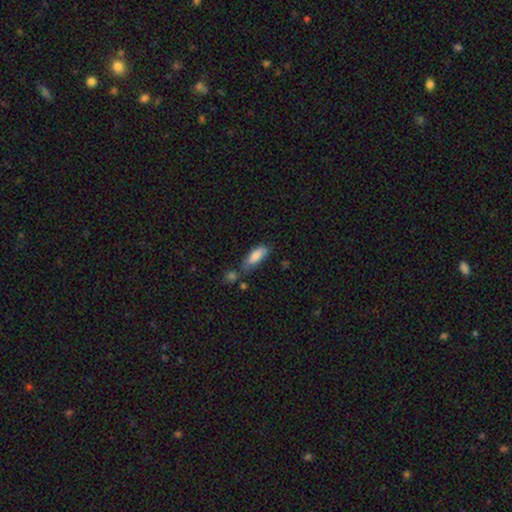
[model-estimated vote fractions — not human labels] smooth 82%, featured or disk 11%, star or artifact 7%. Down the decision tree: how rounded — in between (72%); merging — none (56%).